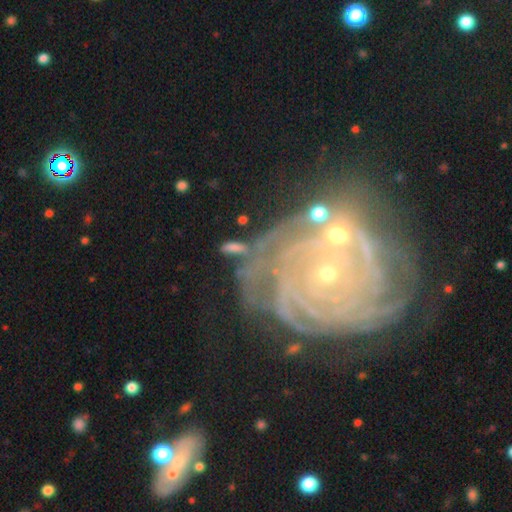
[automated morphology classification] A featured or disk galaxy (83%) with no bar (74%), can't tell (22%, tied with 4) tight (84%) spiral arms (96%) and a small central bulge (83%).

Vote fractions:
- Smooth or featured? featured or disk: 83% / star or artifact: 10% / smooth: 7%
- Edge-on disk? no: 97% / yes: 3%
- Bar? no: 74% / weak: 18% / strong: 8%
- Spiral arms? yes: 96% / no: 4%
- Spiral winding? tight: 84% / medium: 13% / loose: 3%
- Spiral arm count? can't tell: 22% (tied) / 4: 22% (tied) / more than 4: 21% / 3: 15% / 2: 11% / 1: 8%
- Bulge size? small: 83% / moderate: 13% / none: 2% / large: 1% / dominant: 1%
- Merging? none: 62% / minor disturbance: 18% / merger: 10% / major disturbance: 9%